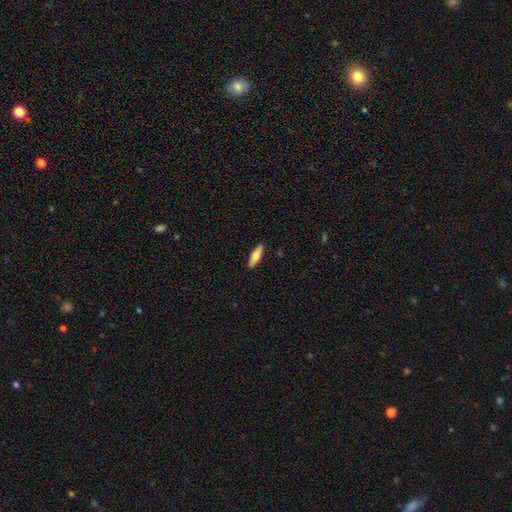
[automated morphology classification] This appears to be a smooth galaxy with no disk features (66%) that is cigar-shaped (56%). Merging: none (89%).